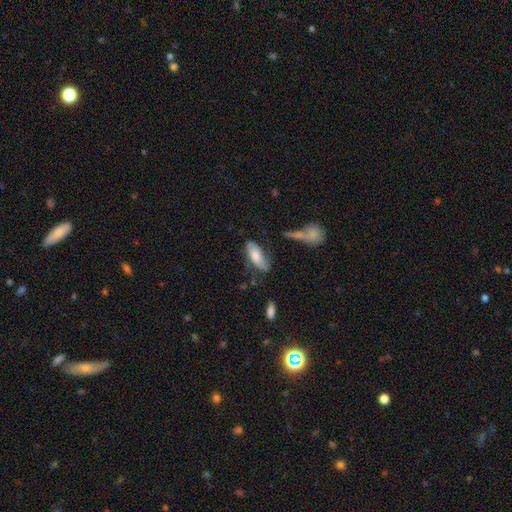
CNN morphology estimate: A smooth galaxy with no disk features (68%) that is in between round and cigar-shaped (76%).

Vote fractions:
- Smooth or featured? smooth: 68% / featured or disk: 25% / star or artifact: 7%
- How rounded? in between: 76% / cigar-shaped: 22% / round: 2%
- Merging? none: 52% / minor disturbance: 29% / major disturbance: 12% / merger: 7%